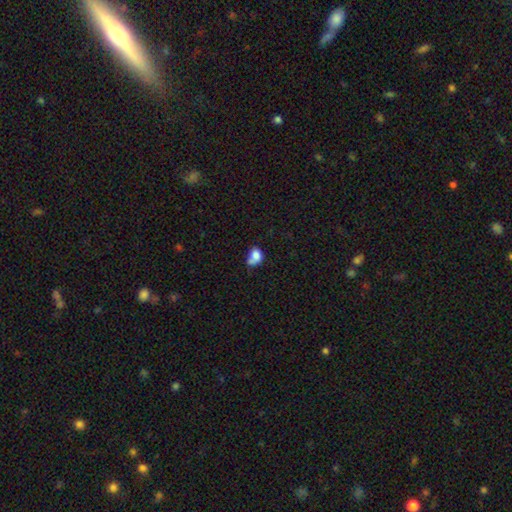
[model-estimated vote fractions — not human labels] This appears to be a smooth galaxy with no disk features (78%) that is in between round and cigar-shaped (60%). Merging: merger (30%).